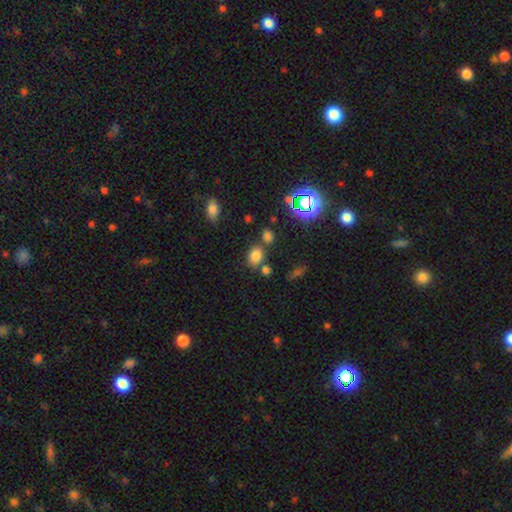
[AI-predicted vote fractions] Q: Smooth or featured?
A: smooth (75%); runner-up: star or artifact (19%)
Q: How rounded?
A: in between (61%); runner-up: round (38%)
Q: Merging?
A: none (66%); runner-up: merger (17%)